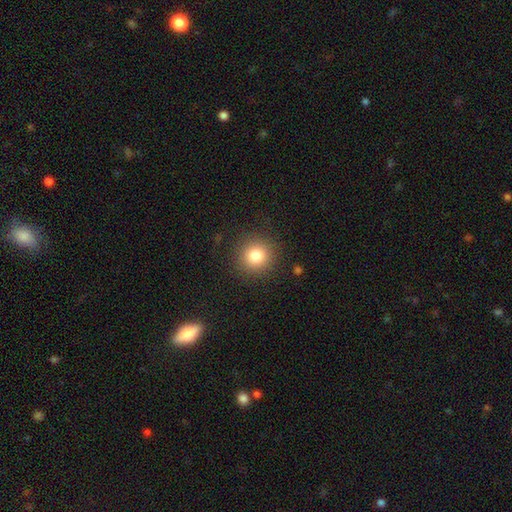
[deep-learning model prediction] Smooth or featured?
  - smooth: 82% *
  - star or artifact: 11%
  - featured or disk: 7%
How rounded?
  - round: 93% *
  - in between: 6%
  - cigar-shaped: 1%
Merging?
  - none: 89% *
  - minor disturbance: 7%
  - major disturbance: 3%
  - merger: 1%